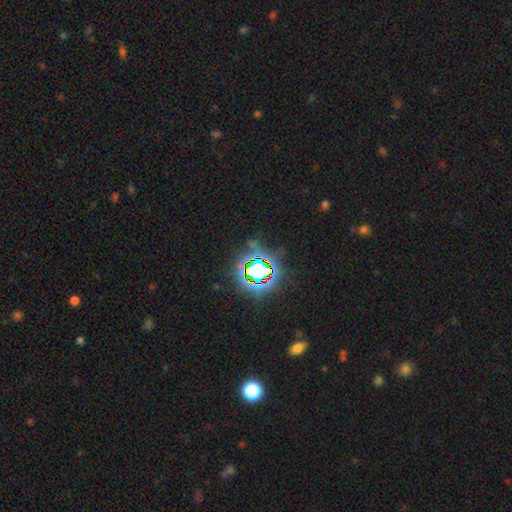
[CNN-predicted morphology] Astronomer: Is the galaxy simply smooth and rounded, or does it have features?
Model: star or artifact — 81%.